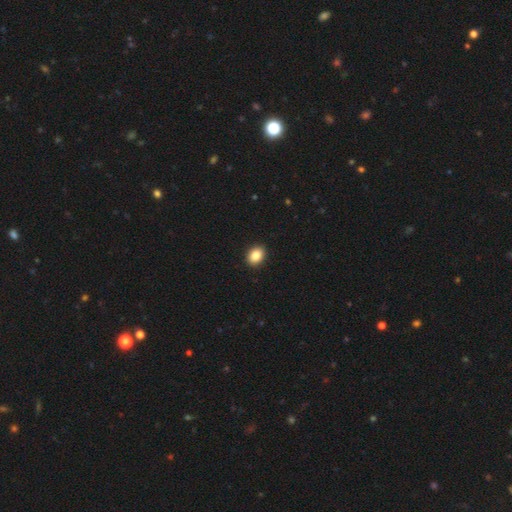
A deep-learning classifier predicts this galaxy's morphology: The model was most divided on "how rounded": in between: 68%, round: 30%, cigar-shaped: 1%. More confident: merging — none (91%); smooth or featured — smooth (88%).